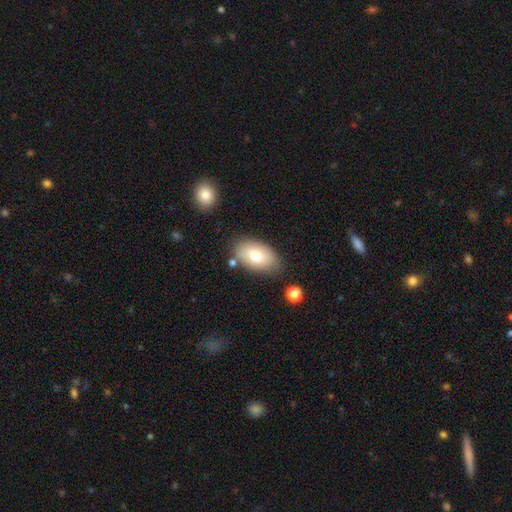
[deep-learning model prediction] The model was most divided on "merging": none: 74%, minor disturbance: 16%, merger: 5%, major disturbance: 4%. More confident: how rounded — in between (93%); smooth or featured — smooth (79%).